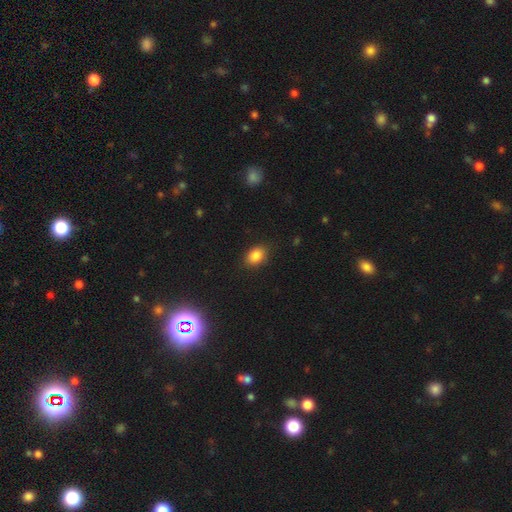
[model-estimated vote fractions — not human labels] Q: Smooth or featured?
A: smooth (85%); runner-up: star or artifact (10%)
Q: How rounded?
A: in between (69%); runner-up: round (30%)
Q: Merging?
A: none (83%); runner-up: minor disturbance (13%)